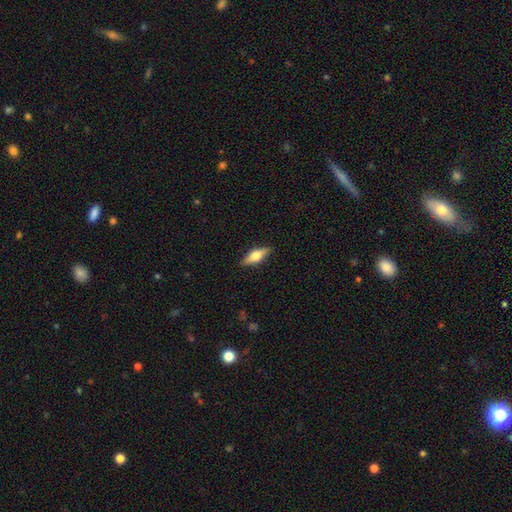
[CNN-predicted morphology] type=smooth (56%); roundness=in between (64%); merging=none (87%).